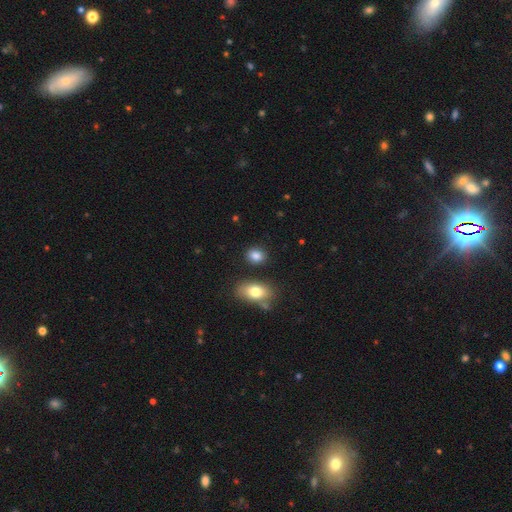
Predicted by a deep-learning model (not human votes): This is clearly a smooth galaxy (84%). How rounded: possibly in between (52%). Merging: clearly none (83%).